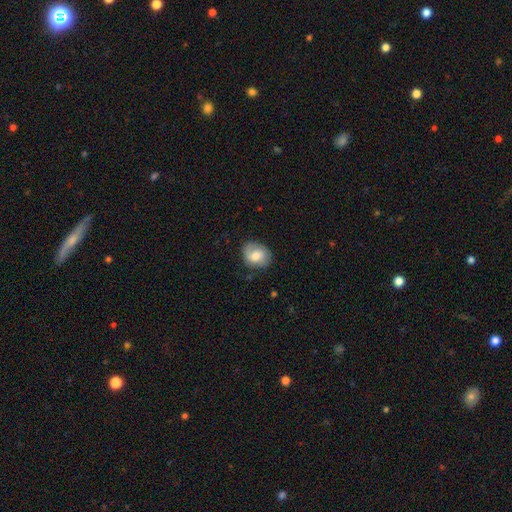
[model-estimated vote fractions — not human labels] A smooth galaxy with no disk features (67%) that is round (51%). Merging: none (70%).